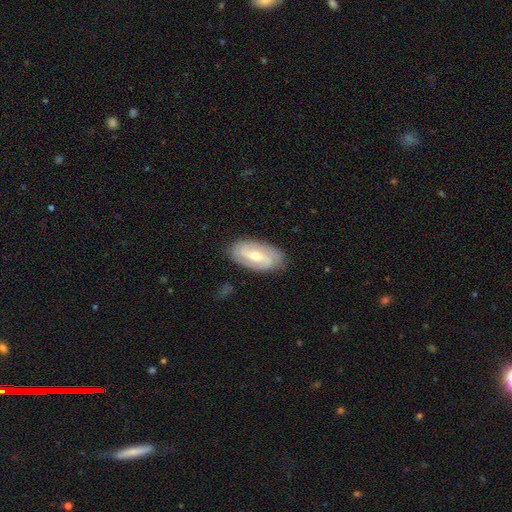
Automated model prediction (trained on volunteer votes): This appears to be a featured or disk galaxy (66%) with a weak bar (42%), spiral arms (77%) and a moderate central bulge (56%). Merging: none (85%).